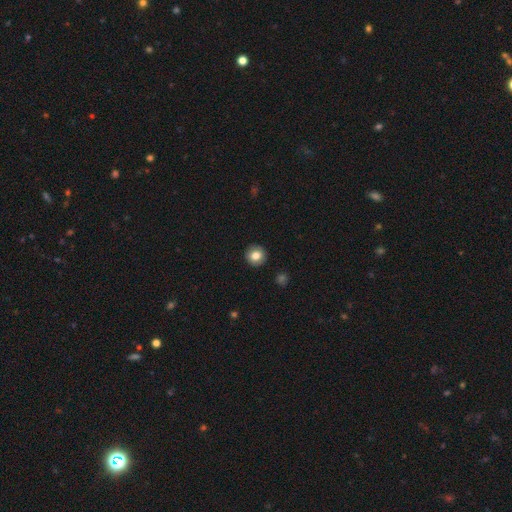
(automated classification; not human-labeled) A smooth galaxy with no disk features (82%) that is round (93%).

Vote fractions:
- Smooth or featured? smooth: 82% / featured or disk: 10% / star or artifact: 9%
- How rounded? round: 93% / in between: 6% / cigar-shaped: 1%
- Merging? none: 92% / minor disturbance: 6% / major disturbance: 2% / merger: 1%